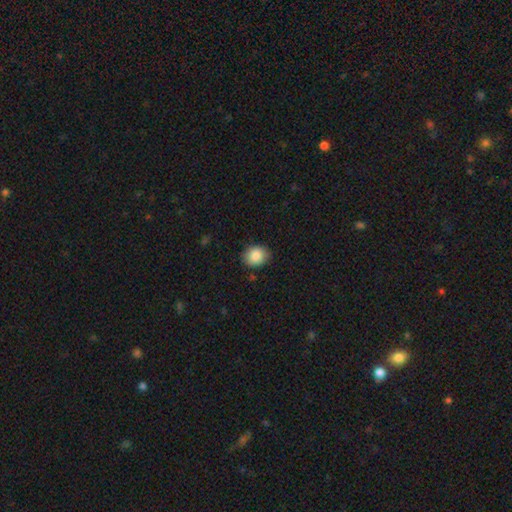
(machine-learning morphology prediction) This appears to be a smooth galaxy with no disk features (88%) that is round (60%). Merging: none (84%).